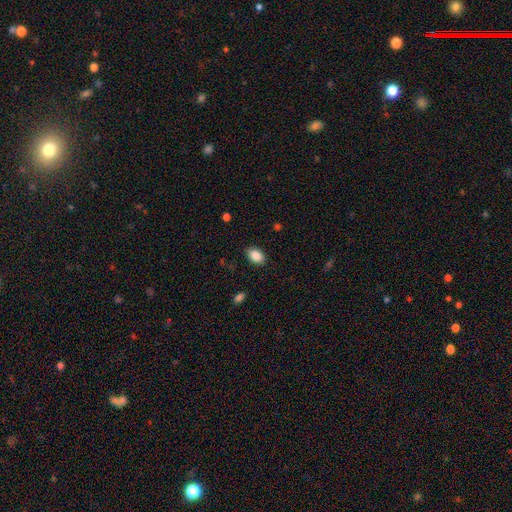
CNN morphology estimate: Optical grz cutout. It shows a smooth galaxy with no disk features (88%) that is in between round and cigar-shaped (88%). Merging: none (86%).